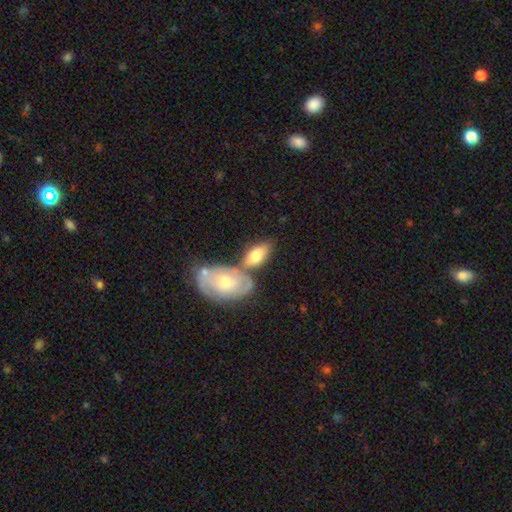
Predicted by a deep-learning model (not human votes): The model was most divided on "merging": none: 42%, merger: 36%, minor disturbance: 16%, major disturbance: 6%. More confident: how rounded — in between (90%); smooth or featured — smooth (68%).